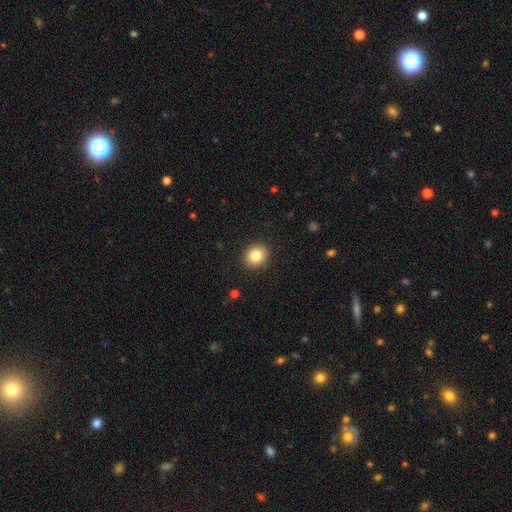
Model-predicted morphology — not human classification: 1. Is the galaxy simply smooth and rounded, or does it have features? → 84% smooth, 9% star or artifact, 7% featured or disk.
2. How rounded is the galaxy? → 76% round, 23% in between, 1% cigar-shaped.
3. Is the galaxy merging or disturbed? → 91% none, 6% minor disturbance, 2% major disturbance, 1% merger.